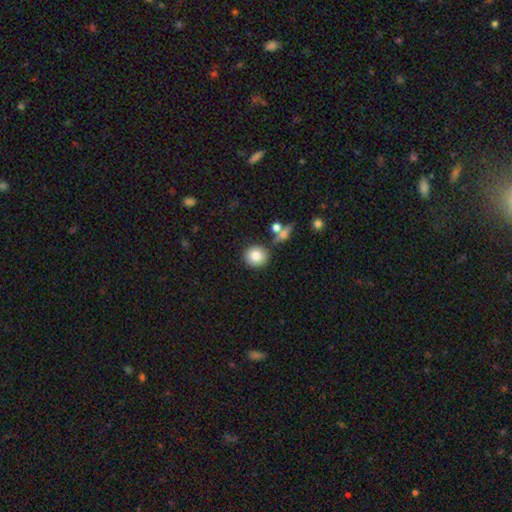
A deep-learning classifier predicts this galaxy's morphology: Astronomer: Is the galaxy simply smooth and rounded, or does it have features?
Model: smooth — 82%.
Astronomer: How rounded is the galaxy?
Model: round — 90%.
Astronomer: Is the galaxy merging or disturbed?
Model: none — 81%.